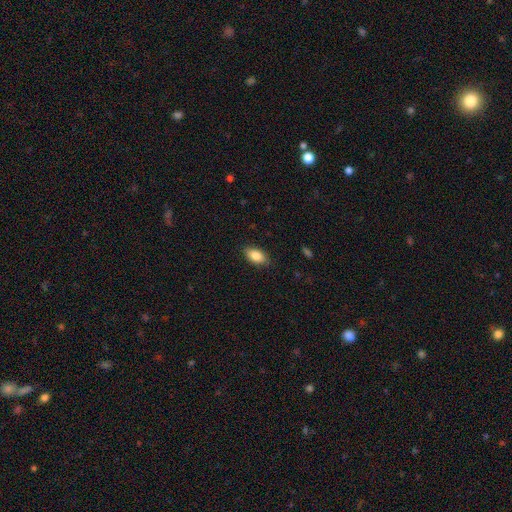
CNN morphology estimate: smooth-or-featured: smooth: 86% | featured or disk: 7% | star or artifact: 7%
  how-rounded: in between: 91% | round: 5% | cigar-shaped: 4%
  merging: none: 86% | minor disturbance: 11% | major disturbance: 2% | merger: 1%